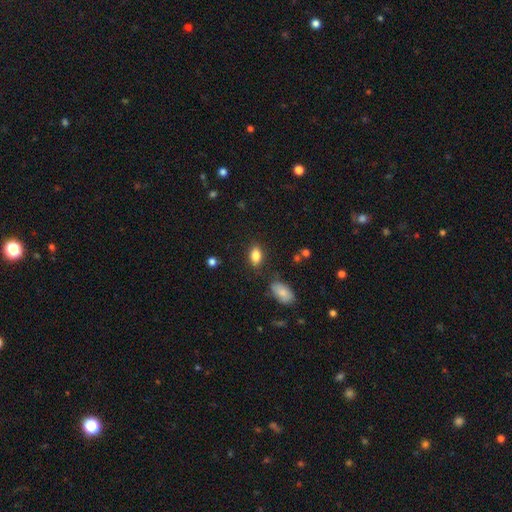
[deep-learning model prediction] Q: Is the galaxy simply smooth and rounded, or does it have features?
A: smooth — 83%.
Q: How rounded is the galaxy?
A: in between — 88%.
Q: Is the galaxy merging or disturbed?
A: none — 84%.